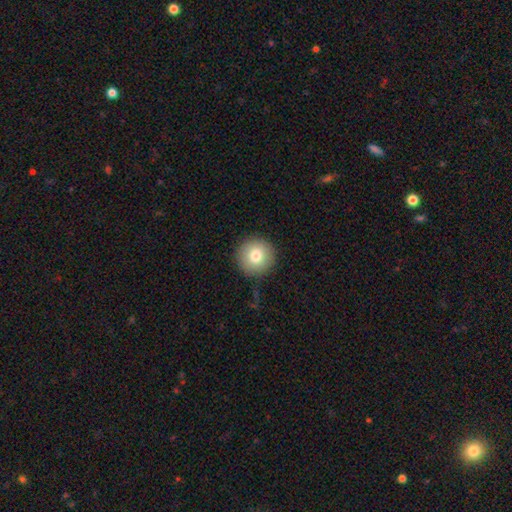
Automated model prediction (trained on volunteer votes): A smooth galaxy with no disk features (79%) that is round (95%). Merging: none (89%).